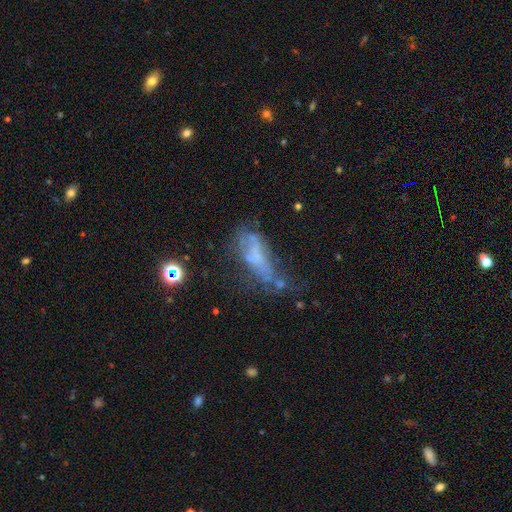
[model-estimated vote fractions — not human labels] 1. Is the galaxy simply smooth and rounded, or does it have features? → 43% featured or disk, 35% smooth, 22% star or artifact.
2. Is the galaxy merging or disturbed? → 36% major disturbance, 27% none, 22% minor disturbance, 15% merger.